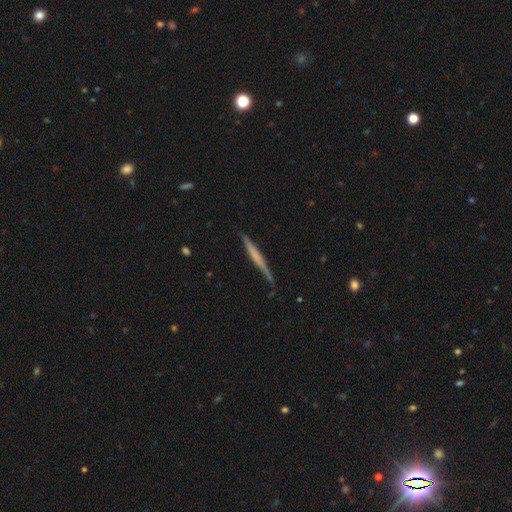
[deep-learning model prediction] Q: Smooth or featured?
A: featured or disk (52%); runner-up: smooth (42%)
Q: Edge-on disk?
A: yes (97%); runner-up: no (3%)
Q: Edge-on bulge?
A: none (68%); runner-up: rounded (16%)
Q: Merging?
A: none (83%); runner-up: minor disturbance (13%)